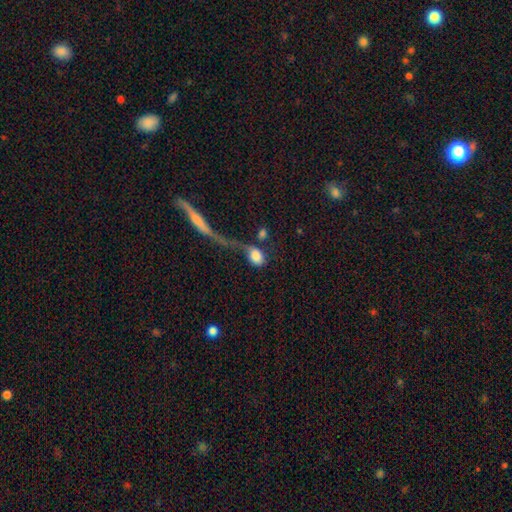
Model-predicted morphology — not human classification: This appears to be a smooth galaxy with no disk features (77%) that is in between round and cigar-shaped (65%). Merging: merger (36%).